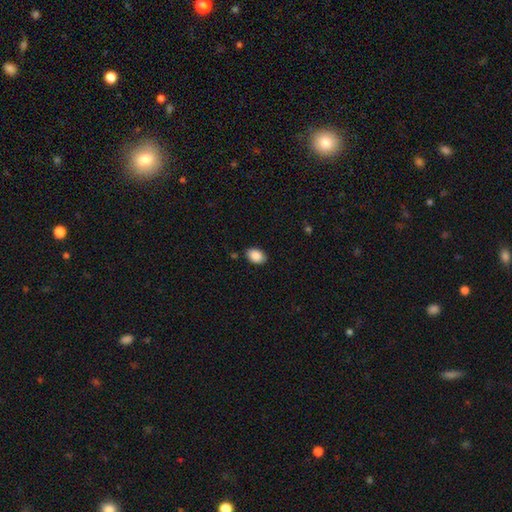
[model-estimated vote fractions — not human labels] A smooth galaxy with no disk features (88%) that is in between round and cigar-shaped (84%). Merging: none (85%).